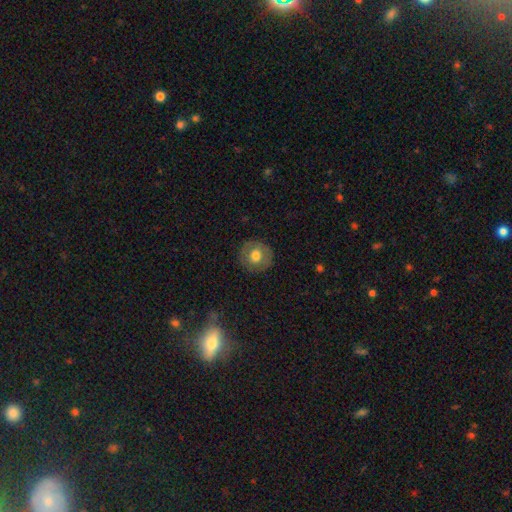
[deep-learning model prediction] This appears to be a smooth galaxy with no disk features (67%) that is round (91%). Merging: none (87%).